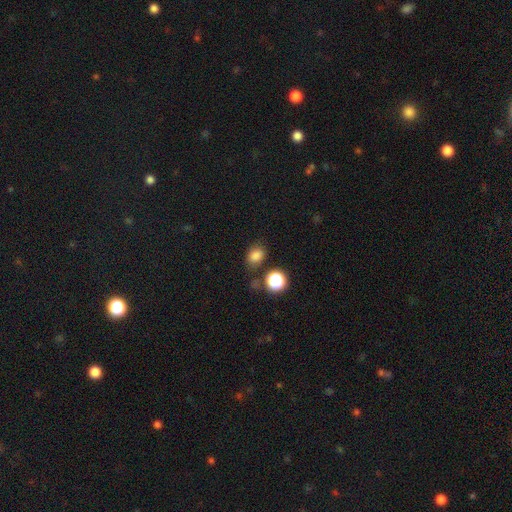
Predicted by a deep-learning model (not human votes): Morphology: type=smooth (80%); roundness=in between (58%); merging=none (73%).